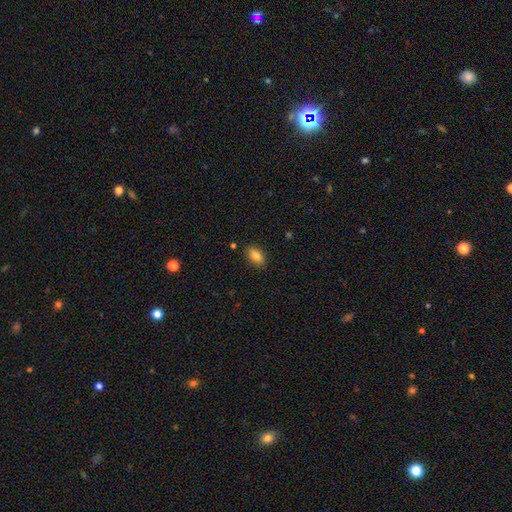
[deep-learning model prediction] smooth 81%, featured or disk 10%, star or artifact 9%. Down the decision tree: how rounded — in between (86%); merging — none (86%).